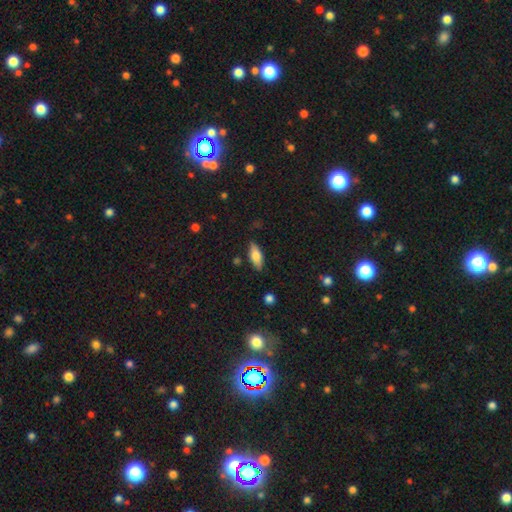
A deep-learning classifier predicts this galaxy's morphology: Smooth or featured? Predicted: smooth (p=0.76). How rounded? Predicted: in between (p=0.77). Merging? Predicted: none (p=0.82).